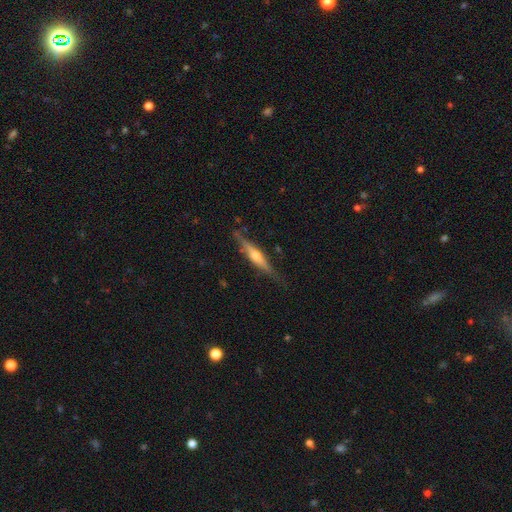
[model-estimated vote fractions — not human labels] Smooth or featured?
  - featured or disk: 70% *
  - smooth: 24%
  - star or artifact: 6%
Edge-on disk?
  - yes: 96% *
  - no: 4%
Edge-on bulge?
  - rounded: 84% *
  - none: 8%
  - boxy: 8%
Merging?
  - none: 80% *
  - minor disturbance: 15%
  - major disturbance: 3%
  - merger: 2%